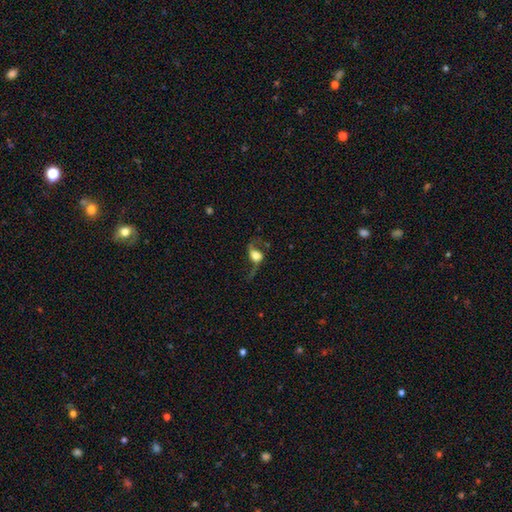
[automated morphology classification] The model was most divided on "merging": none: 48%, major disturbance: 32%, minor disturbance: 16%, merger: 4%. Remaining: edge-on disk — no (89%); spiral arms — yes (80%); bar — no (61%); smooth or featured — featured or disk (58%); bulge size — large (43%).